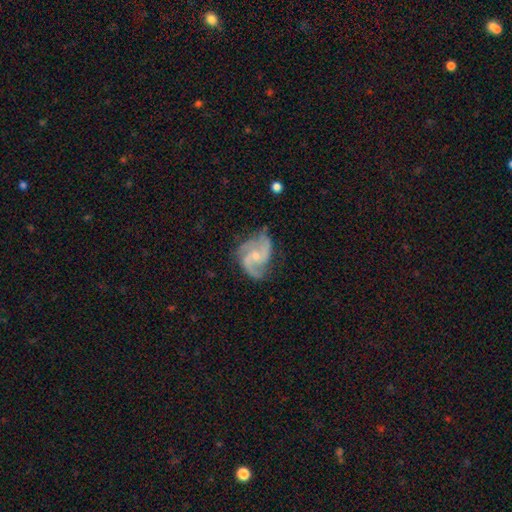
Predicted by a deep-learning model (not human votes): smooth-or-featured: featured or disk: 88% | smooth: 7% | star or artifact: 5%
  disk-edge-on: no: 98% | yes: 2%
    bar: no: 56% | weak: 37% | strong: 7%
    has-spiral-arms: yes: 97% | no: 3%
      spiral-winding: medium: 55% | loose: 25% | tight: 21%
      spiral-arm-count: 2: 64% | 3: 22% | can't tell: 6% | 4: 3% | 1: 3% | more than 4: 2%
    bulge-size: small: 57% | moderate: 37% | none: 4% | large: 1% | dominant: 1%
  merging: none: 62% | minor disturbance: 25% | major disturbance: 11% | merger: 2%